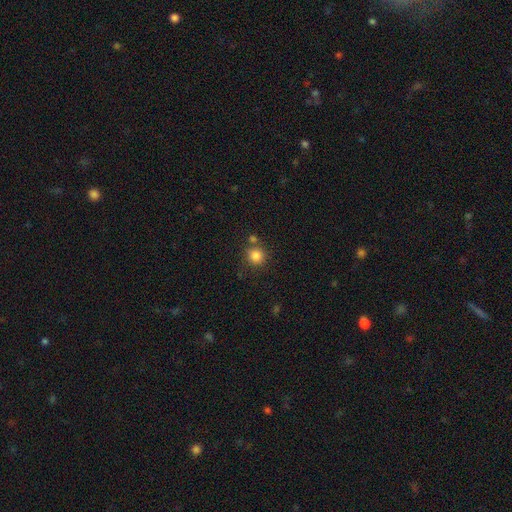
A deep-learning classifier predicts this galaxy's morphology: smooth_or_featured: smooth (p=0.84) [alt: star or artifact p=0.11]
how_rounded: round (p=0.90) [alt: in between p=0.09]
merging: none (p=0.72) [alt: merger p=0.14]